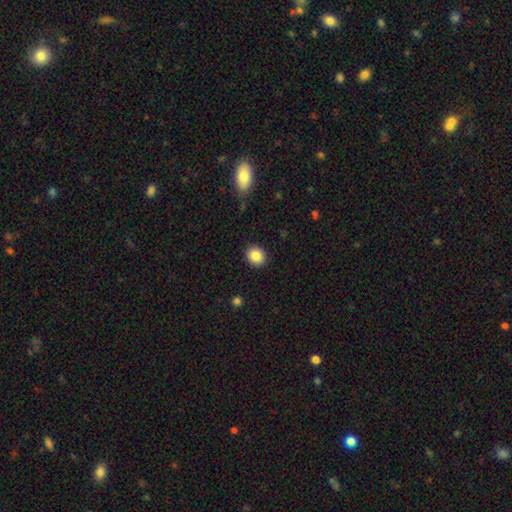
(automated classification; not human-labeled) A smooth galaxy with no disk features (85%) that is round (71%).

Vote fractions:
- Smooth or featured? smooth: 85% / star or artifact: 9% / featured or disk: 6%
- How rounded? round: 71% / in between: 28% / cigar-shaped: 1%
- Merging? none: 90% / minor disturbance: 7% / major disturbance: 2% / merger: 1%